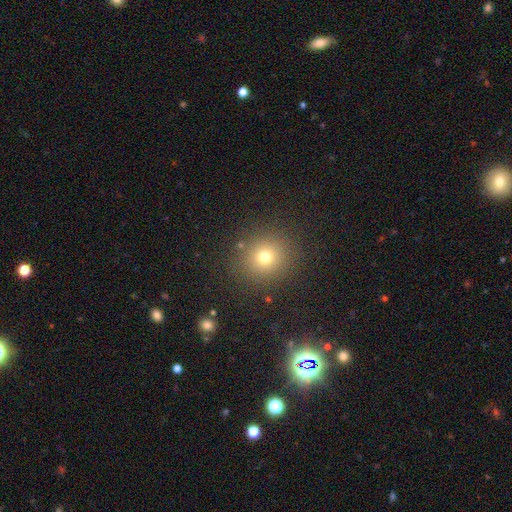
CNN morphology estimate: smooth_or_featured: smooth (p=0.60) [alt: star or artifact p=0.33]
how_rounded: round (p=0.90) [alt: in between p=0.08]
merging: none (p=0.91) [alt: minor disturbance p=0.05]